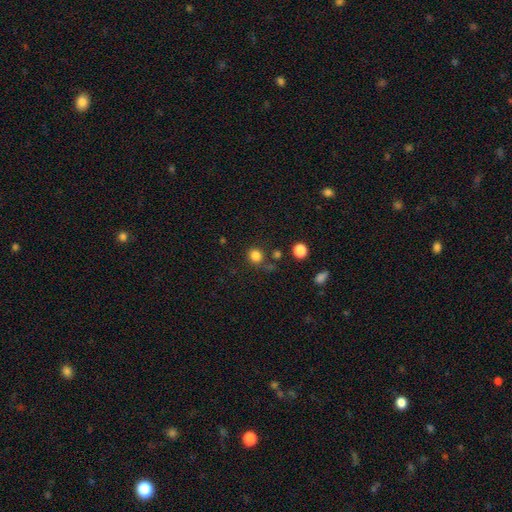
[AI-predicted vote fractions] smooth 82%, star or artifact 13%, featured or disk 5%. Down the decision tree: how rounded — round (87%); merging — none (76%).